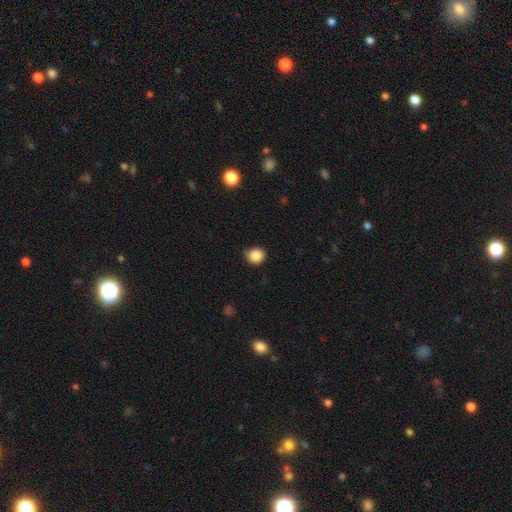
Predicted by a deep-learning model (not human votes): Q: Smooth or featured?
A: smooth (86%); runner-up: star or artifact (10%)
Q: How rounded?
A: round (86%); runner-up: in between (13%)
Q: Merging?
A: none (72%); runner-up: minor disturbance (23%)